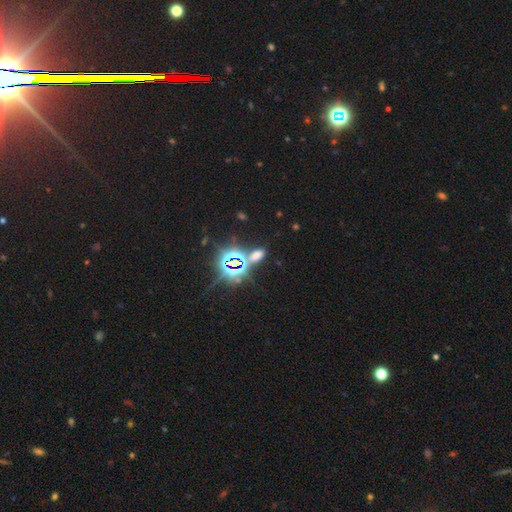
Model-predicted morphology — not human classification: type=star or artifact (50%).